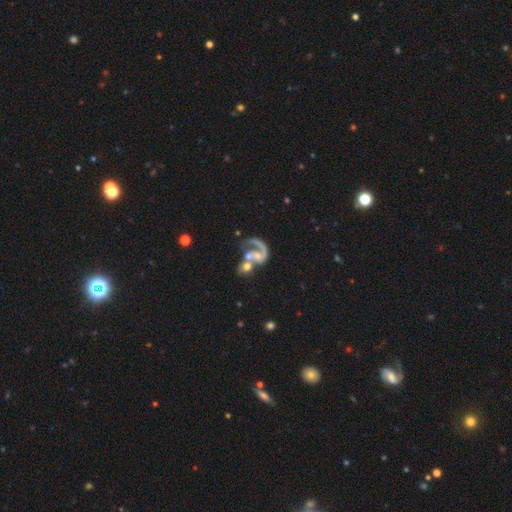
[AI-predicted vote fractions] A featured or disk galaxy (74%) with no bar (64%), 1 (72%) loose (52%) spiral arms (78%) and a small central bulge (39%).

Vote fractions:
- Smooth or featured? featured or disk: 74% / smooth: 18% / star or artifact: 8%
- Edge-on disk? no: 98% / yes: 2%
- Bar? no: 64% / weak: 27% / strong: 9%
- Spiral arms? yes: 78% / no: 22%
- Spiral winding? loose: 52% / medium: 34% / tight: 14%
- Spiral arm count? 1: 72% / 2: 21% / can't tell: 5% / 3: 1% / 4: 1% / more than 4: 1%
- Bulge size? small: 39% / moderate: 32% / none: 20% / large: 6% / dominant: 2%
- Merging? merger: 52% / major disturbance: 20% / none: 20% / minor disturbance: 8%